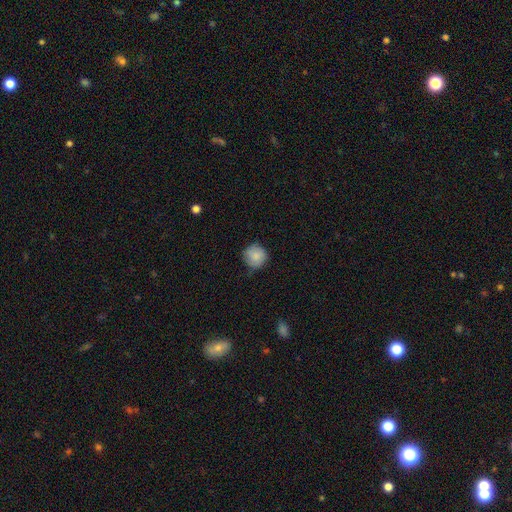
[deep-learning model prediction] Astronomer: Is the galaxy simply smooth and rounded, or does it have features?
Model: smooth — 84%.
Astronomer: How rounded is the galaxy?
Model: round — 93%.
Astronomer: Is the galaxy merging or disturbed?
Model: none — 75%.